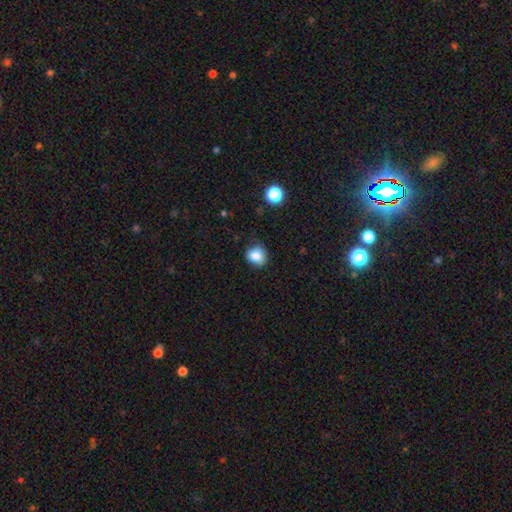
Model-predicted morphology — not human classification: Q: Smooth or featured?
A: smooth (83%); runner-up: star or artifact (11%)
Q: How rounded?
A: round (71%); runner-up: in between (28%)
Q: Merging?
A: none (69%); runner-up: minor disturbance (24%)